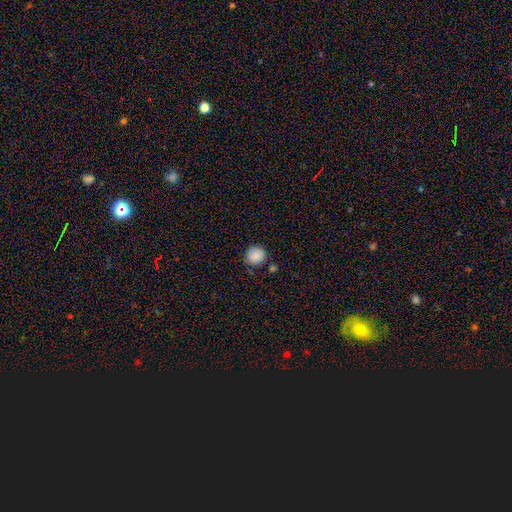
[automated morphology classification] This is clearly a smooth galaxy (88%). How rounded: clearly round (89%). Merging: likely none (79%).